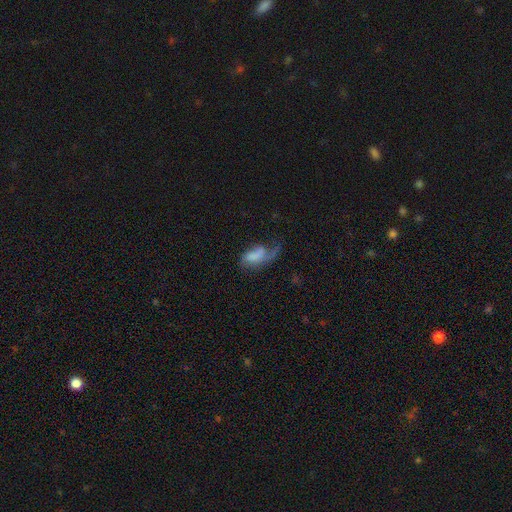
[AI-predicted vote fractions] Q: Smooth or featured?
A: smooth (53%); runner-up: featured or disk (37%)
Q: How rounded?
A: in between (89%); runner-up: cigar-shaped (6%)
Q: Merging?
A: major disturbance (48%); runner-up: none (24%)